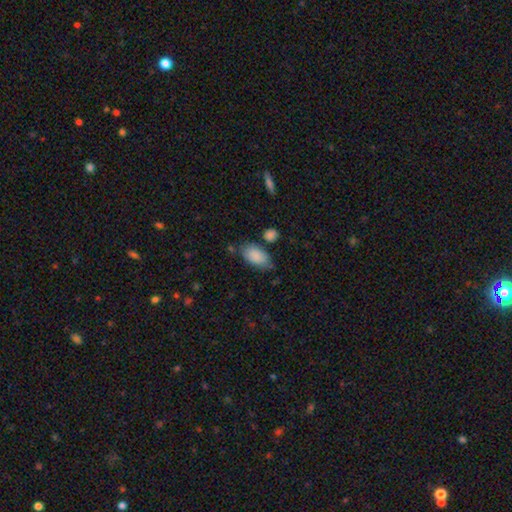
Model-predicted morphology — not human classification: A smooth galaxy with no disk features (87%) that is in between round and cigar-shaped (93%).

Vote fractions:
- Smooth or featured? smooth: 87% / star or artifact: 6% / featured or disk: 6%
- How rounded? in between: 93% / round: 4% / cigar-shaped: 3%
- Merging? none: 62% / minor disturbance: 25% / merger: 7% / major disturbance: 6%